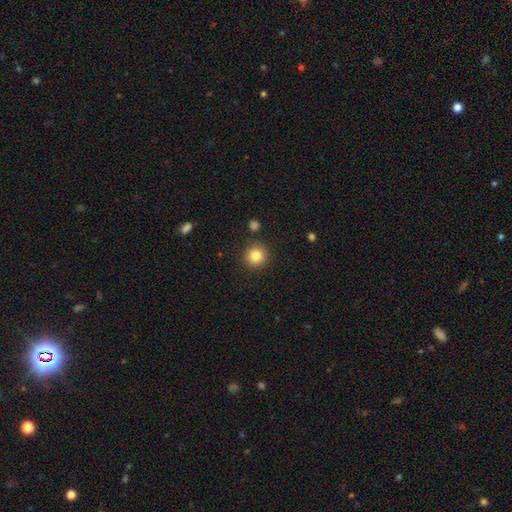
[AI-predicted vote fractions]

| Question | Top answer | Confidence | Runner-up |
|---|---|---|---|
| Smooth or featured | smooth | 84% | star or artifact (10%) |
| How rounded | round | 92% | in between (7%) |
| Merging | none | 89% | minor disturbance (6%) |